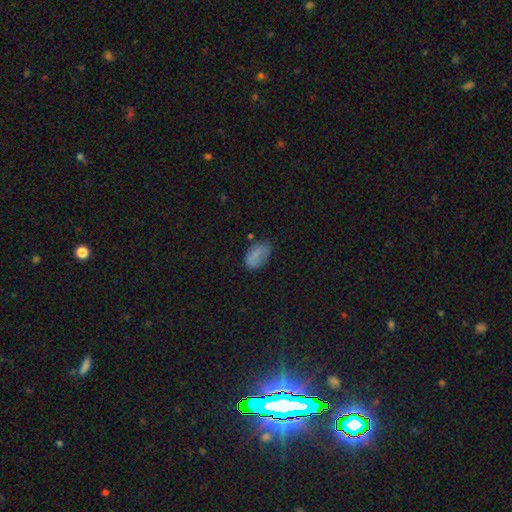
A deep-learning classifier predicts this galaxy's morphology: A smooth galaxy with no disk features (80%) that is in between round and cigar-shaped (92%). Merging: none (66%).